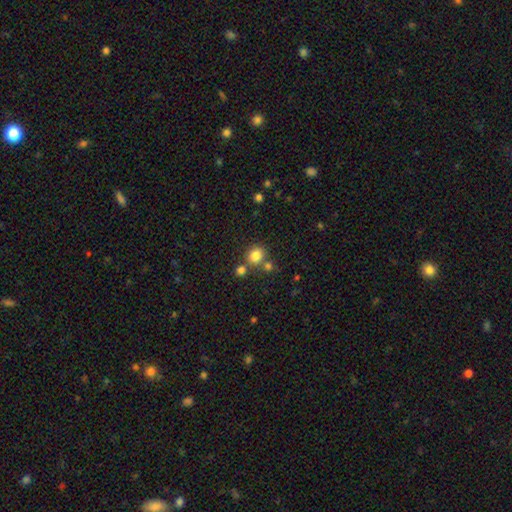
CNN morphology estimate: This is clearly a smooth galaxy (81%). How rounded: likely round (78%). Merging: likely none (69%).